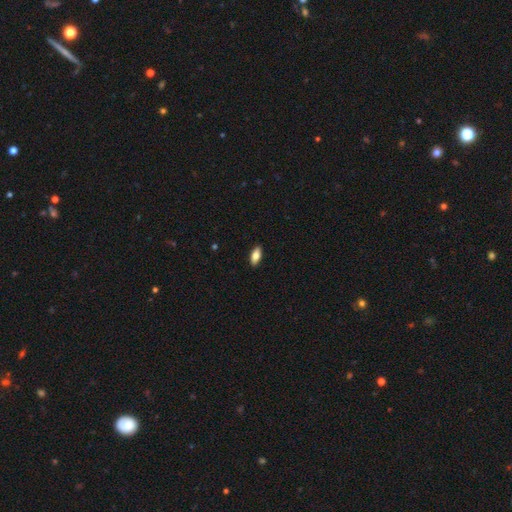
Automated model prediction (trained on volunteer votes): A smooth galaxy with no disk features (79%) that is in between round and cigar-shaped (84%).

Vote fractions:
- Smooth or featured? smooth: 79% / featured or disk: 14% / star or artifact: 7%
- How rounded? in between: 84% / cigar-shaped: 13% / round: 3%
- Merging? none: 90% / minor disturbance: 7% / major disturbance: 2% / merger: 1%